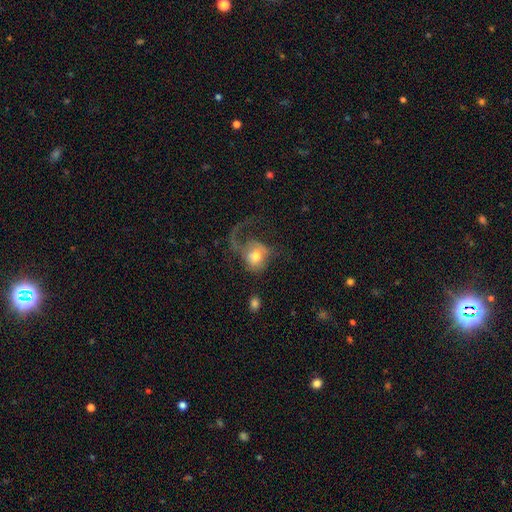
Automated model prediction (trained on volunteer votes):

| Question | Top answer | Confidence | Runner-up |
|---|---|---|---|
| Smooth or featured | smooth | 49% | featured or disk (44%) |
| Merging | major disturbance | 63% | none (21%) |